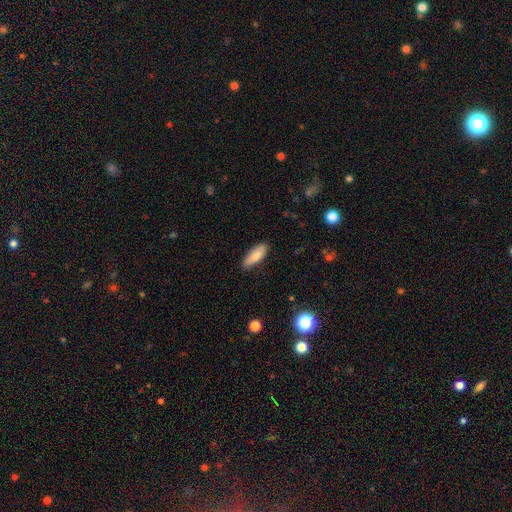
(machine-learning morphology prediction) A smooth galaxy with no disk features (82%) that is in between round and cigar-shaped (67%).

Vote fractions:
- Smooth or featured? smooth: 82% / featured or disk: 11% / star or artifact: 6%
- How rounded? in between: 67% / cigar-shaped: 31% / round: 2%
- Merging? none: 84% / minor disturbance: 12% / major disturbance: 2% / merger: 1%